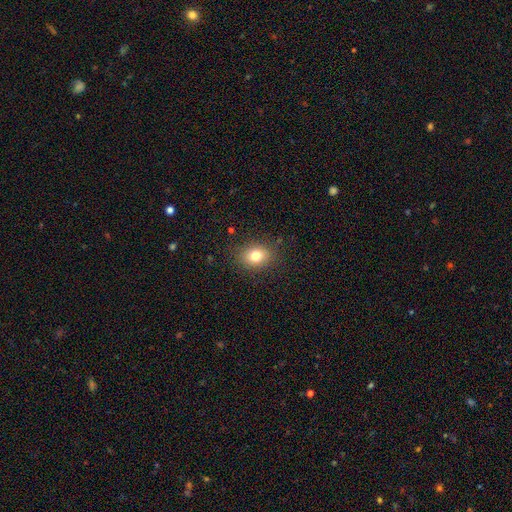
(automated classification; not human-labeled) This is likely a smooth galaxy (79%). How rounded: possibly in between (56%). Merging: clearly none (86%).